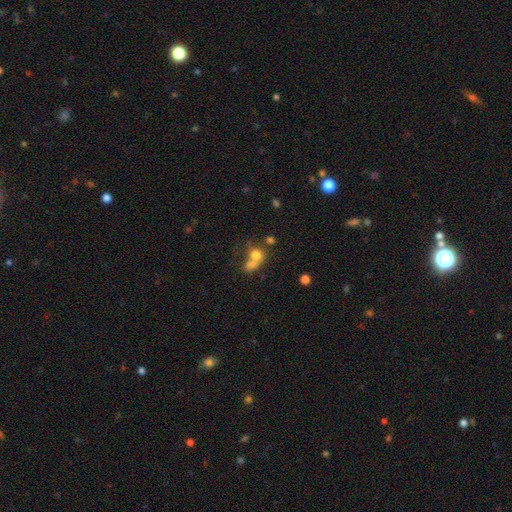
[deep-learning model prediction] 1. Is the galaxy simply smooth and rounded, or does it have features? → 71% smooth, 16% featured or disk, 13% star or artifact.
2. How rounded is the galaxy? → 64% round, 34% in between, 2% cigar-shaped.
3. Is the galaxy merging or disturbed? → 55% merger, 26% none, 9% minor disturbance, 9% major disturbance.